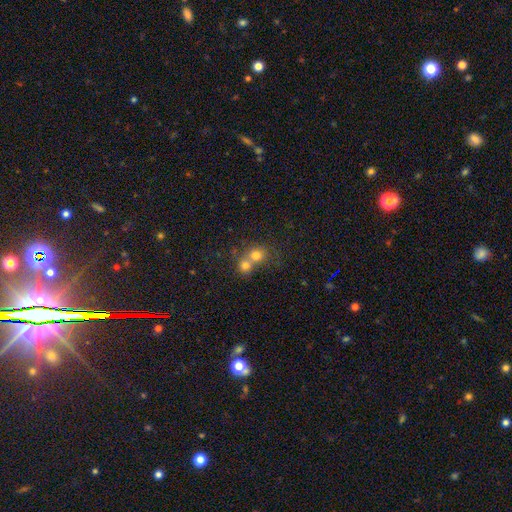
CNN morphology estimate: Smooth or featured: smooth — 73% (featured or disk — 14%)
How rounded: round — 82% (in between — 17%)
Merging: merger — 62% (none — 31%)